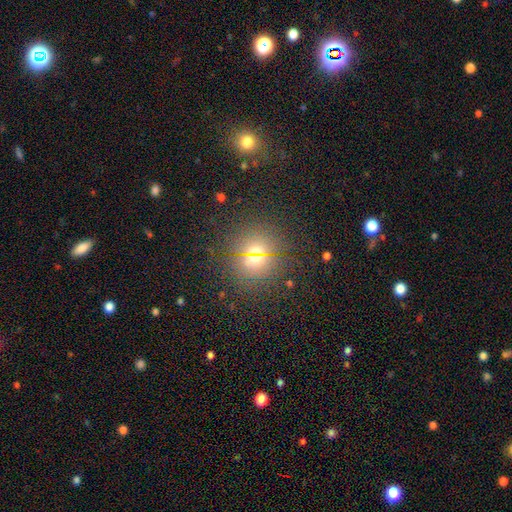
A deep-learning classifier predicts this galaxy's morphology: type=smooth (56%); roundness=round (89%); merging=none (85%).